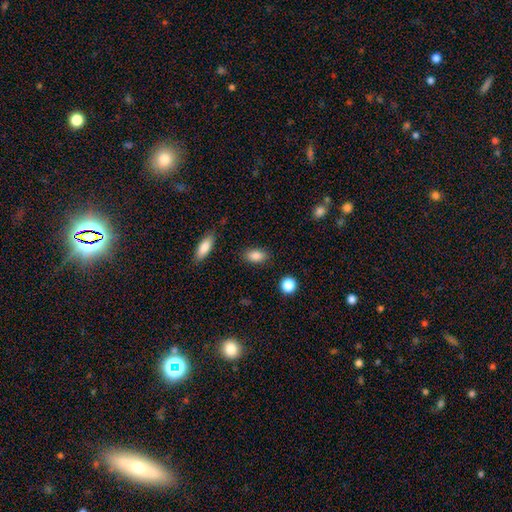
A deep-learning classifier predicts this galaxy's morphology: Q: Smooth or featured?
A: smooth (87%); runner-up: star or artifact (8%)
Q: How rounded?
A: in between (88%); runner-up: round (9%)
Q: Merging?
A: none (86%); runner-up: minor disturbance (9%)